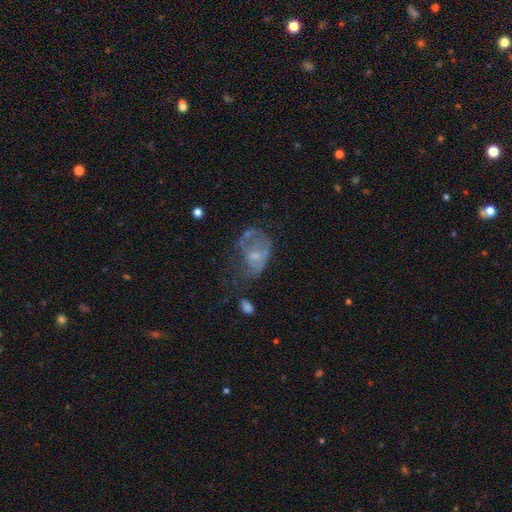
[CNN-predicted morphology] This appears to be a featured or disk galaxy (52%) with no bar (76%), no spiral arms (71%) and a small central bulge (44%). Merging: major disturbance (45%).